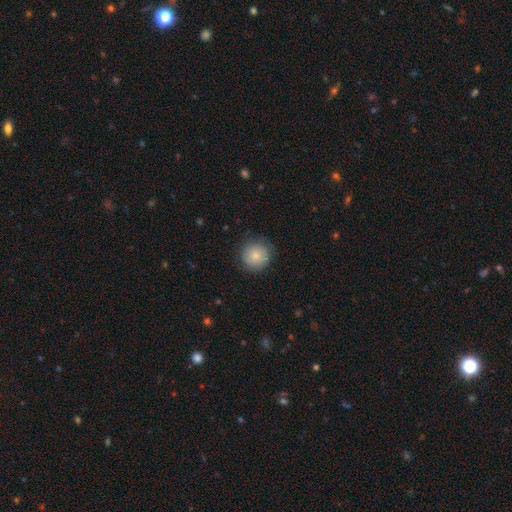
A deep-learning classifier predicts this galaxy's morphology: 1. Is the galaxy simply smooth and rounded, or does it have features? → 83% smooth, 9% featured or disk, 8% star or artifact.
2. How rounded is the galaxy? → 94% round, 5% in between, 1% cigar-shaped.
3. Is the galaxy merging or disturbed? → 84% none, 12% minor disturbance, 3% major disturbance, 1% merger.